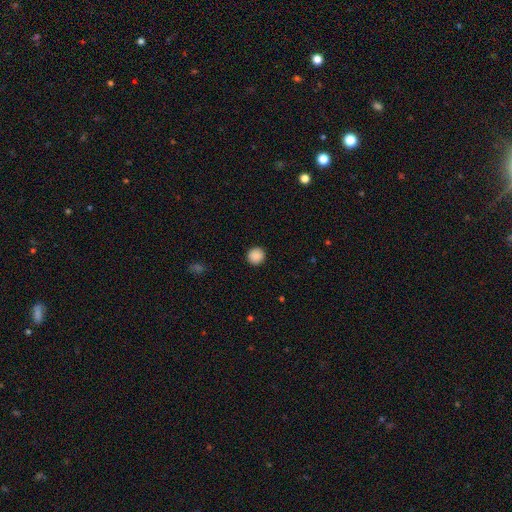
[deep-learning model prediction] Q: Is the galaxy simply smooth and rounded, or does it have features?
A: smooth — 89%.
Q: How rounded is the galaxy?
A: round — 93%.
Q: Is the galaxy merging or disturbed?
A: none — 92%.